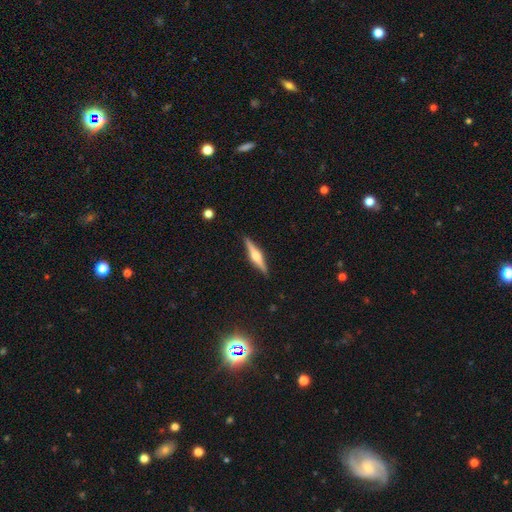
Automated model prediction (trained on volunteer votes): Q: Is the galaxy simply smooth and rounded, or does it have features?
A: featured or disk — 74%.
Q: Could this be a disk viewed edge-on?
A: yes — 98%.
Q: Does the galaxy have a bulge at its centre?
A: rounded — 89%.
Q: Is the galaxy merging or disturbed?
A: none — 90%.